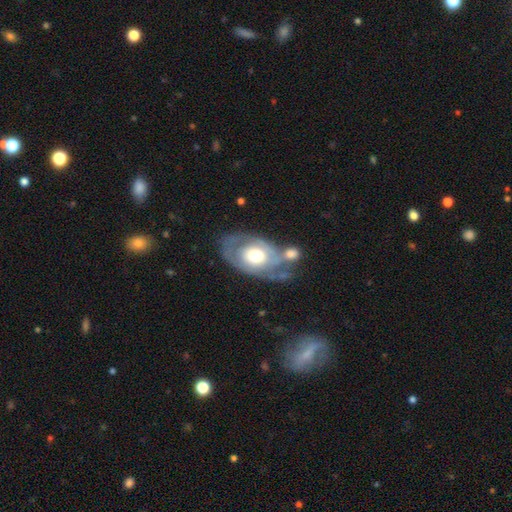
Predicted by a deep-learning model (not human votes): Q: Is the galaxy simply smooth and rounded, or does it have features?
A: featured or disk — 62%.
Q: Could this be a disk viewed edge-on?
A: no — 93%.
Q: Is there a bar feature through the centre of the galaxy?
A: no — 83%.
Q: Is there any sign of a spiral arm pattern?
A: no — 51%.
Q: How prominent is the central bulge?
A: moderate — 55%.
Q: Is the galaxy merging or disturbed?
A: none — 37%.